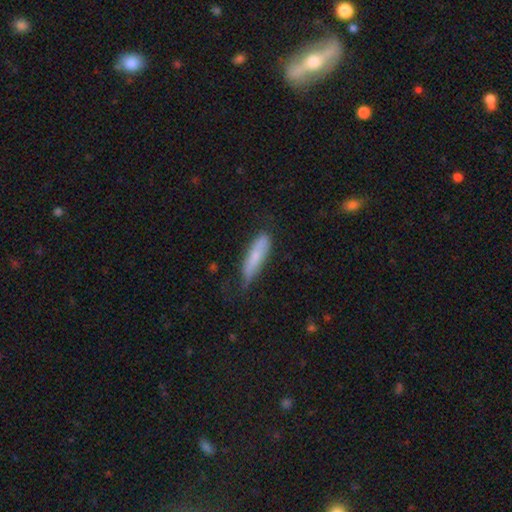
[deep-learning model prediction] This is likely a smooth galaxy (70%). How rounded: likely cigar-shaped (69%). Merging: likely none (60%).